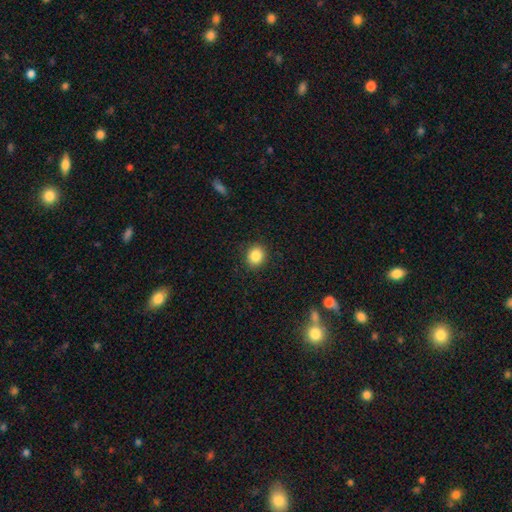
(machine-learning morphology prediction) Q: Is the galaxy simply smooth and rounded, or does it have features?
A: smooth — 86%.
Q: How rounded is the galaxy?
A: round — 77%.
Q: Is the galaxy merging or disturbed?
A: none — 90%.